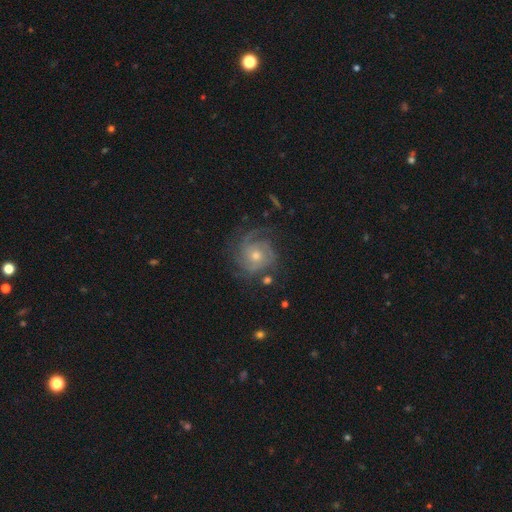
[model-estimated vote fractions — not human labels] This is clearly a featured or disk galaxy (82%). It is clearly not viewed edge-on (98%). Bar: likely no (76%). Spiral arm pattern: clearly yes (95%). Spiral arm count: marginally 3 (31%). Spiral winding: possibly tight (59%). Central bulge: possibly moderate (57%). Merging: likely none (72%).